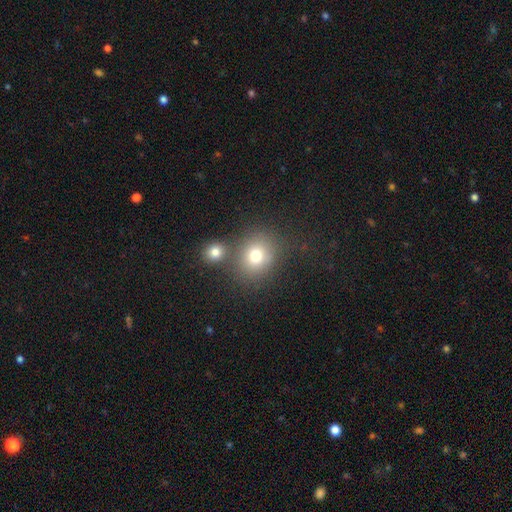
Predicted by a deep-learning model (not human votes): Smooth or featured?
  - smooth: 75% *
  - star or artifact: 14%
  - featured or disk: 11%
How rounded?
  - round: 76% *
  - in between: 23%
  - cigar-shaped: 1%
Merging?
  - none: 63% *
  - merger: 23%
  - minor disturbance: 10%
  - major disturbance: 4%